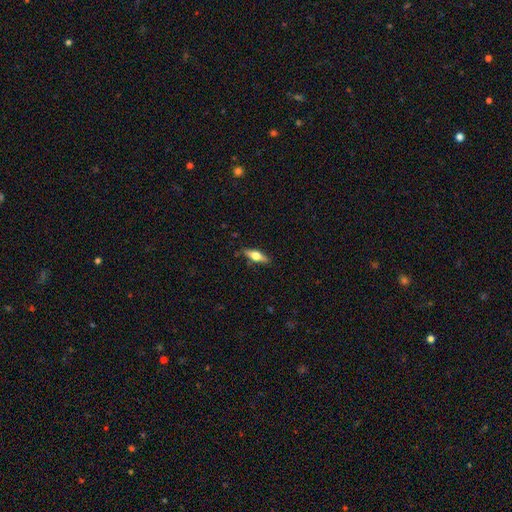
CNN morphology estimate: This appears to be a featured or disk galaxy (48%). Merging: none (83%).